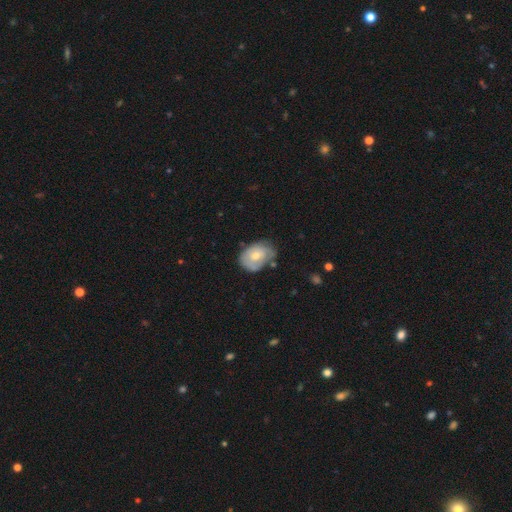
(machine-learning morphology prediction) type=smooth (54%); roundness=in between (73%); merging=none (51%).